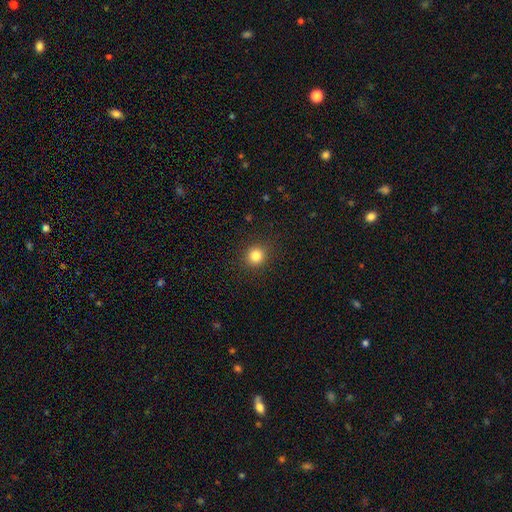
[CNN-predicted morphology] This appears to be a smooth galaxy with no disk features (83%) that is round (86%). Merging: none (91%).